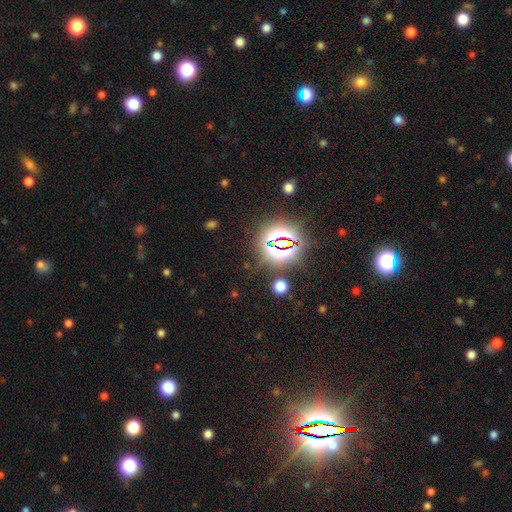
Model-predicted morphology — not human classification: Smooth or featured?
  - star or artifact: 83% *
  - smooth: 11%
  - featured or disk: 7%